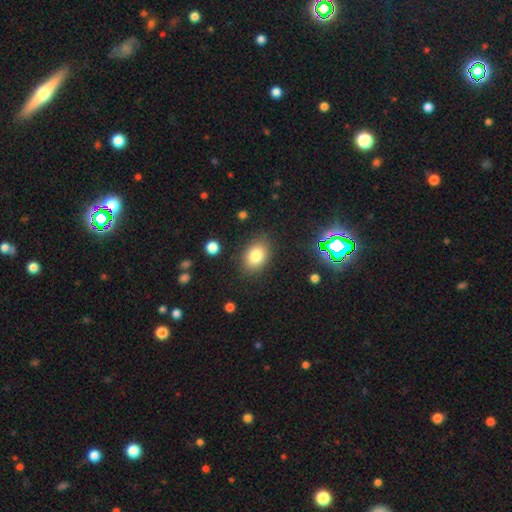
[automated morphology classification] Q: Smooth or featured?
A: smooth (80%); runner-up: star or artifact (11%)
Q: How rounded?
A: in between (74%); runner-up: round (25%)
Q: Merging?
A: none (85%); runner-up: minor disturbance (11%)